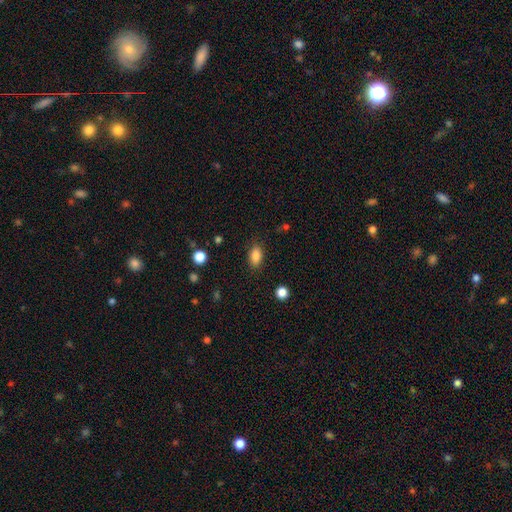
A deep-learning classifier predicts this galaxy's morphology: type=smooth (85%); roundness=in between (88%); merging=none (85%).